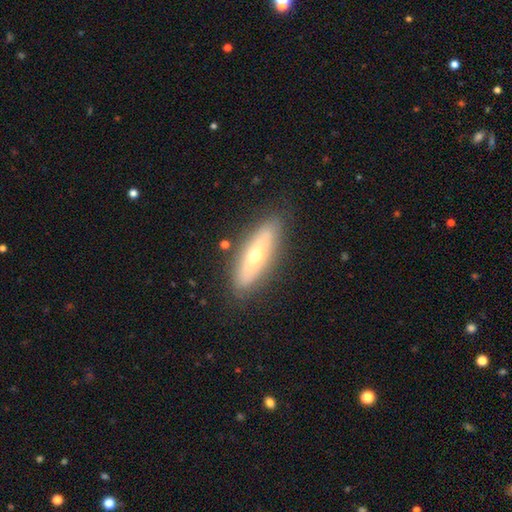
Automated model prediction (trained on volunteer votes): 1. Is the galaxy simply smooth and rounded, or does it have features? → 47% featured or disk, 45% smooth, 7% star or artifact.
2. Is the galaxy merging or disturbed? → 84% none, 11% minor disturbance, 3% major disturbance, 2% merger.